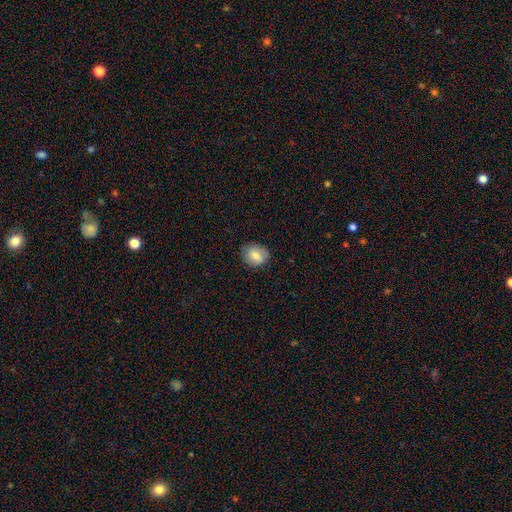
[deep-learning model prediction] This is likely a smooth galaxy (78%). How rounded: likely round (62%). Merging: clearly none (82%).